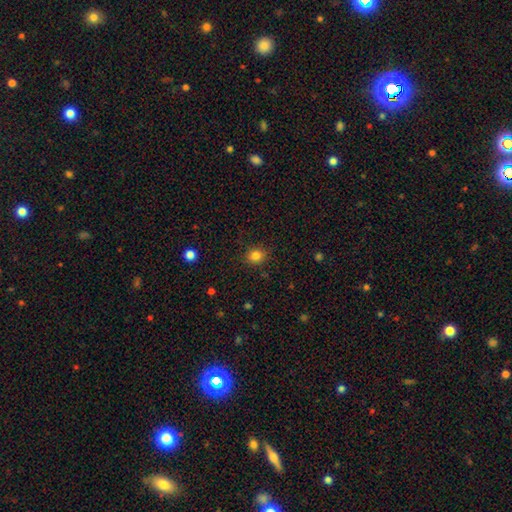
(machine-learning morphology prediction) Overall: smooth (83%). How rounded: round (74%). Merging: none (87%).